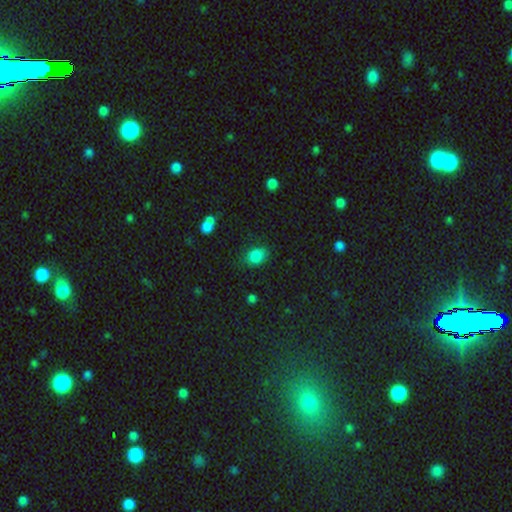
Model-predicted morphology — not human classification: Smooth or featured?
  - smooth: 83% *
  - star or artifact: 12%
  - featured or disk: 5%
How rounded?
  - in between: 67% *
  - round: 31%
  - cigar-shaped: 1%
Merging?
  - none: 76% *
  - minor disturbance: 18%
  - major disturbance: 5%
  - merger: 2%